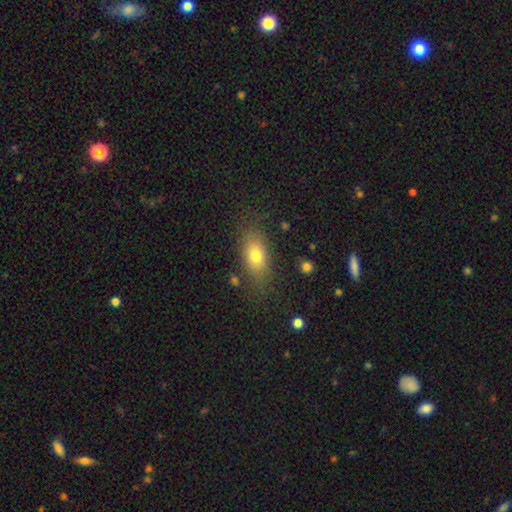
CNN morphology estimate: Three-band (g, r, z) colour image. It shows a smooth galaxy with no disk features (75%) that is in between round and cigar-shaped (82%). Merging: none (78%).